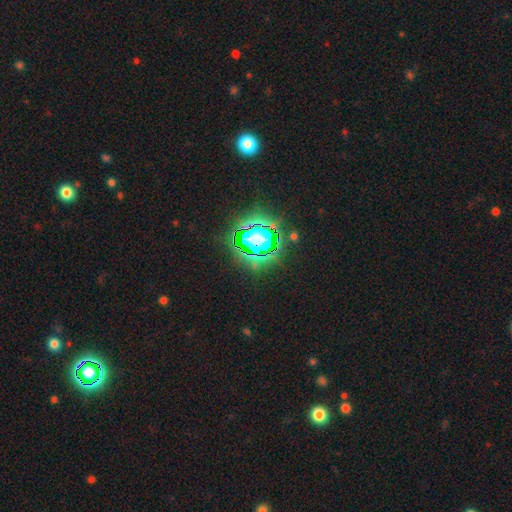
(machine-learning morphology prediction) A star or artifact, not a galaxy (72%).